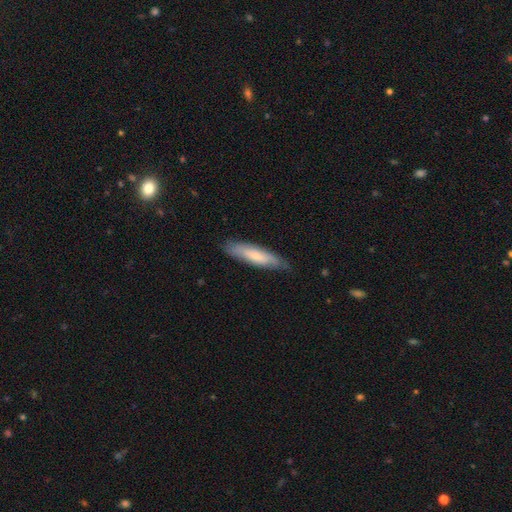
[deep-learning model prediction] smooth_or_featured: smooth (p=0.62) [alt: featured or disk p=0.33]
how_rounded: cigar-shaped (p=0.72) [alt: in between p=0.26]
merging: none (p=0.79) [alt: minor disturbance p=0.17]